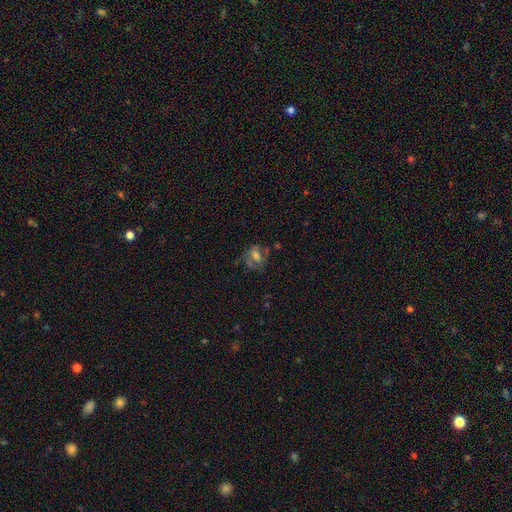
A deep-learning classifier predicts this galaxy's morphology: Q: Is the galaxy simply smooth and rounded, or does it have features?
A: featured or disk — 46%.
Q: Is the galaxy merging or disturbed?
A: none — 50%.